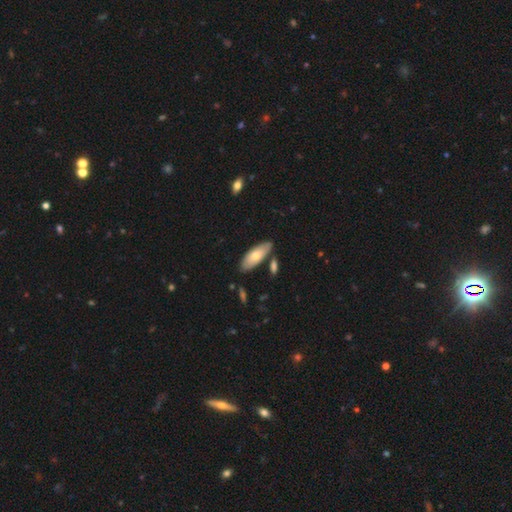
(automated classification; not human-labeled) smooth 67%, featured or disk 27%, star or artifact 6%. Down the decision tree: how rounded — in between (78%); merging — none (77%).